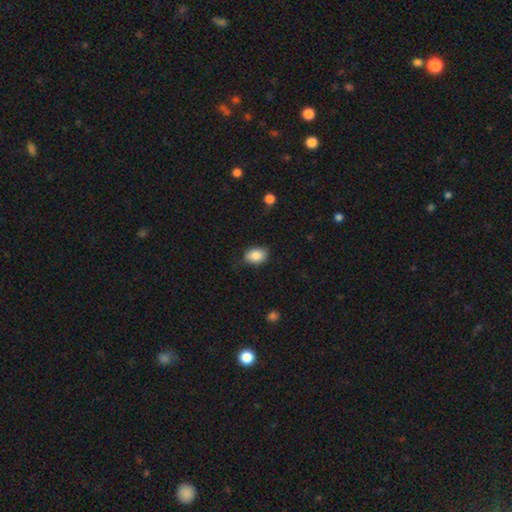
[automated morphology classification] This appears to be a smooth galaxy with no disk features (85%) that is in between round and cigar-shaped (78%). Merging: none (78%).